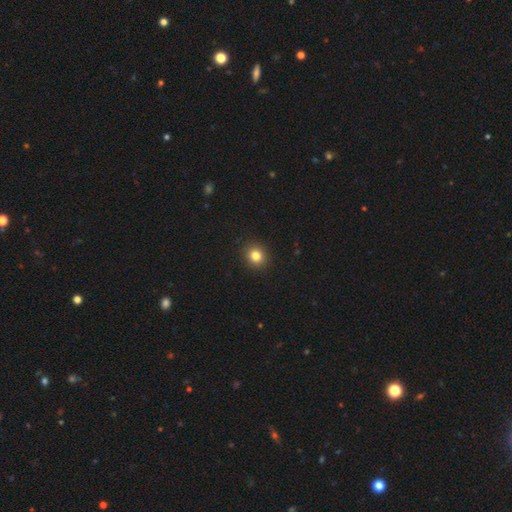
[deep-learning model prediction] Overall: smooth (82%). How rounded: round (86%). Merging: none (92%).